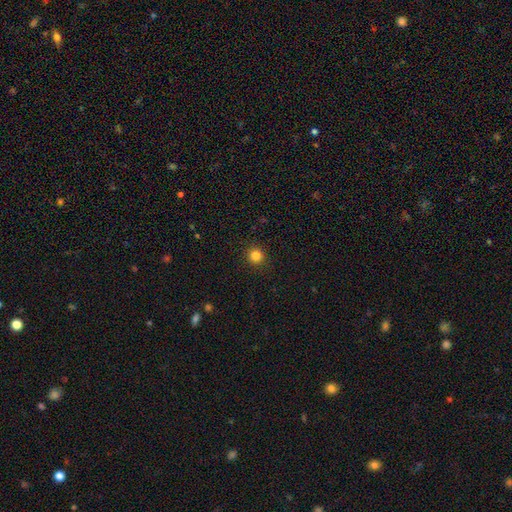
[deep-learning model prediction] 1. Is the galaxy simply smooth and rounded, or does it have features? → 84% smooth, 13% star or artifact, 4% featured or disk.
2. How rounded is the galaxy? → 94% round, 5% in between, 1% cigar-shaped.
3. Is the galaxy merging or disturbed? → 92% none, 5% minor disturbance, 2% major disturbance, 1% merger.